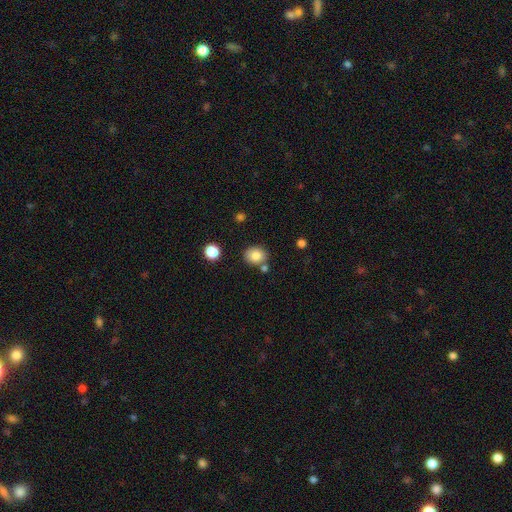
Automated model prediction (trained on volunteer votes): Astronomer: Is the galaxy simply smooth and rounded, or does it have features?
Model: smooth — 83%.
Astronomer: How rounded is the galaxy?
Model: round — 62%.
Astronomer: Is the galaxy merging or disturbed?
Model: none — 76%.